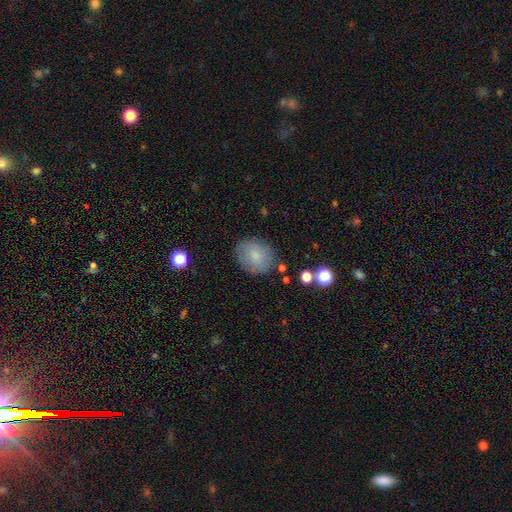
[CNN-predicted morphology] Smooth or featured?
  - smooth: 77% *
  - featured or disk: 15%
  - star or artifact: 8%
How rounded?
  - round: 50% *
  - in between: 49%
  - cigar-shaped: 1%
Merging?
  - none: 79% *
  - minor disturbance: 15%
  - major disturbance: 4%
  - merger: 2%